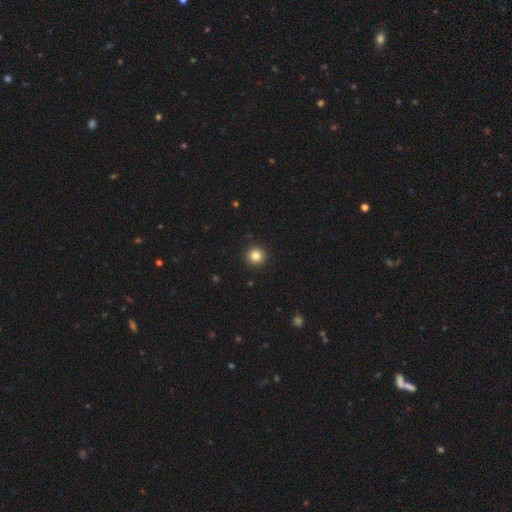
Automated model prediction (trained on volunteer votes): This is clearly a smooth galaxy (83%). How rounded: clearly round (95%). Merging: clearly none (93%).